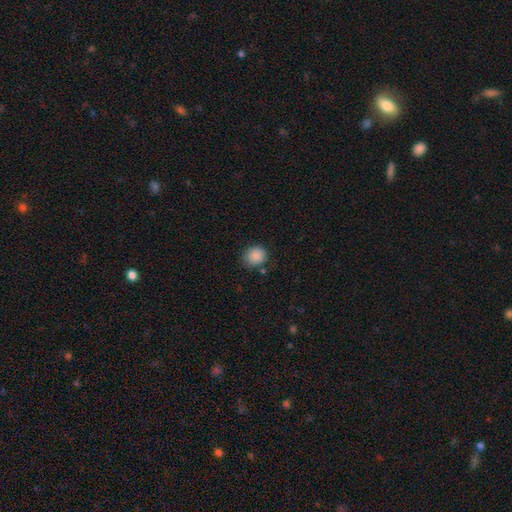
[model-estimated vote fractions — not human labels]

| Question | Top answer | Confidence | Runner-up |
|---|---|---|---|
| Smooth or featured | smooth | 88% | star or artifact (9%) |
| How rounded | round | 80% | in between (19%) |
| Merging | none | 80% | minor disturbance (13%) |